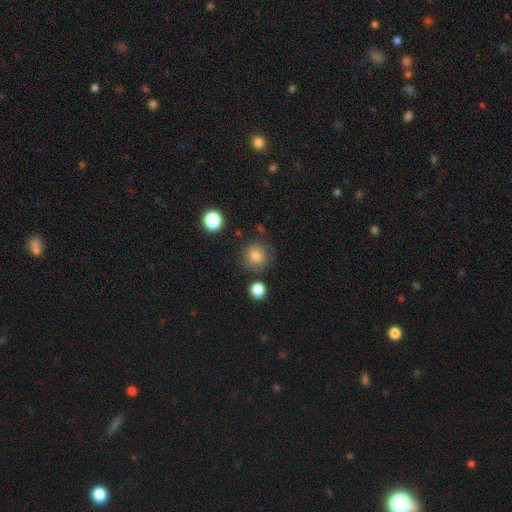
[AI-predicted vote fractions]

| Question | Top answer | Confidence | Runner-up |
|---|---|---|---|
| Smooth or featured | smooth | 81% | star or artifact (12%) |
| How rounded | round | 87% | in between (12%) |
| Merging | none | 79% | minor disturbance (13%) |